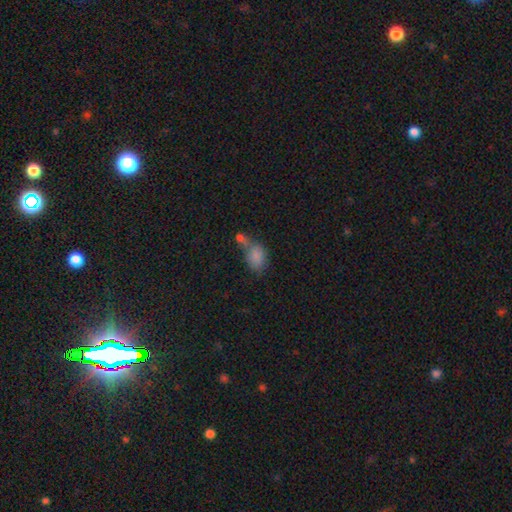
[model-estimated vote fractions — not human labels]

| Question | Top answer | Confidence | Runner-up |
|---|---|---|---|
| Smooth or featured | smooth | 79% | star or artifact (11%) |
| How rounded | in between | 77% | round (22%) |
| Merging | merger | 43% | none (30%) |